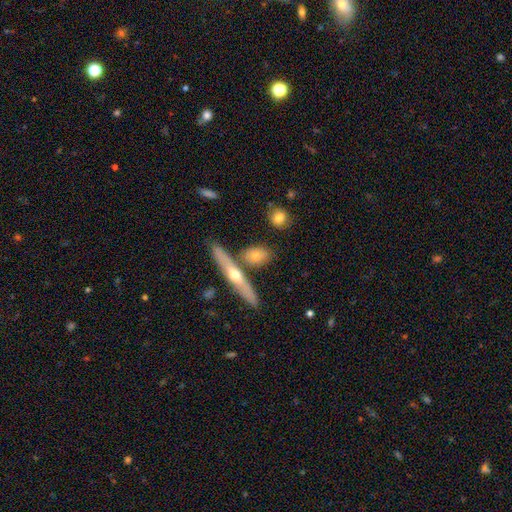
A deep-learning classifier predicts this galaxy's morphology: This appears to be a smooth galaxy with no disk features (62%) that is in between round and cigar-shaped (50%). Merging: none (71%).